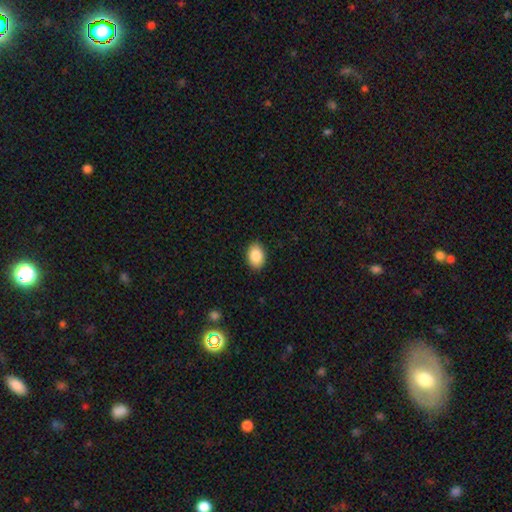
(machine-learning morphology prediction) This appears to be a smooth galaxy with no disk features (86%) that is in between round and cigar-shaped (83%). Merging: none (90%).